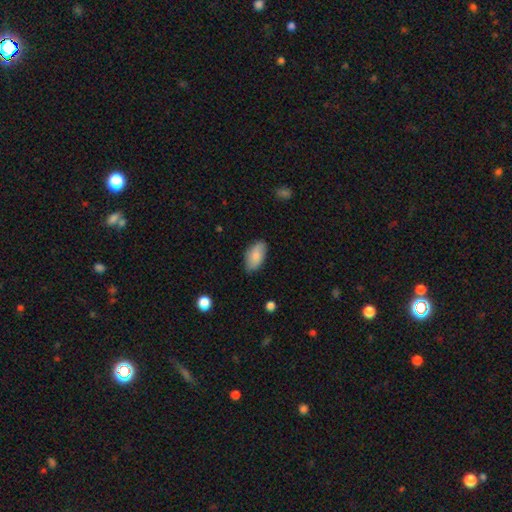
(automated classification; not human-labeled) smooth-or-featured: smooth: 82% | featured or disk: 11% | star or artifact: 6%
  how-rounded: in between: 94% | round: 3% | cigar-shaped: 3%
  merging: none: 82% | minor disturbance: 14% | major disturbance: 3% | merger: 1%